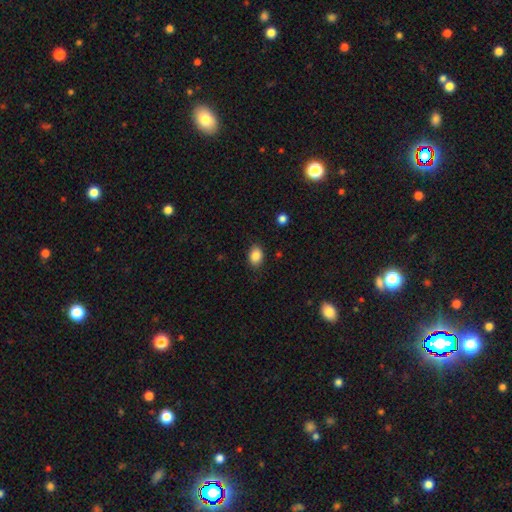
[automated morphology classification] Smooth or featured?
  - smooth: 86% *
  - star or artifact: 9%
  - featured or disk: 5%
How rounded?
  - in between: 73% *
  - round: 26%
  - cigar-shaped: 1%
Merging?
  - none: 86% *
  - minor disturbance: 11%
  - major disturbance: 3%
  - merger: 1%